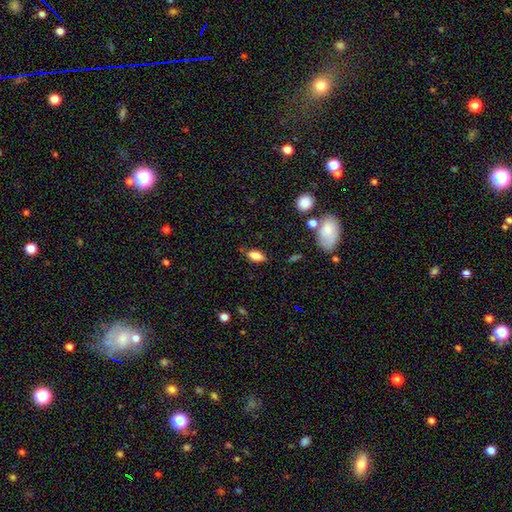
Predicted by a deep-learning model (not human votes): smooth-or-featured: smooth: 79% | featured or disk: 12% | star or artifact: 10%
  how-rounded: in between: 86% | cigar-shaped: 10% | round: 4%
  merging: none: 81% | minor disturbance: 13% | major disturbance: 3% | merger: 3%